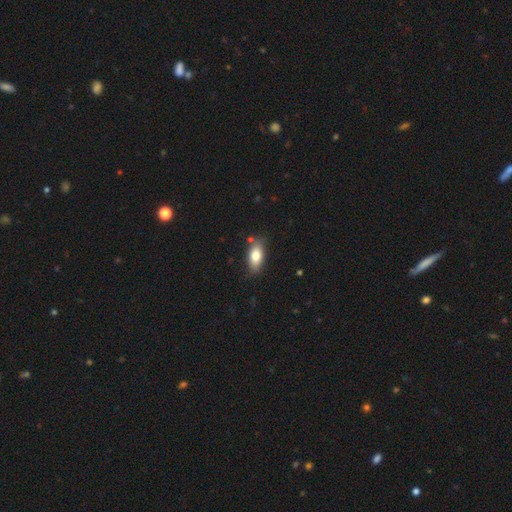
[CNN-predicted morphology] smooth-or-featured: smooth: 79% | featured or disk: 14% | star or artifact: 7%
  how-rounded: in between: 88% | cigar-shaped: 8% | round: 4%
  merging: none: 78% | minor disturbance: 16% | merger: 3% | major disturbance: 3%